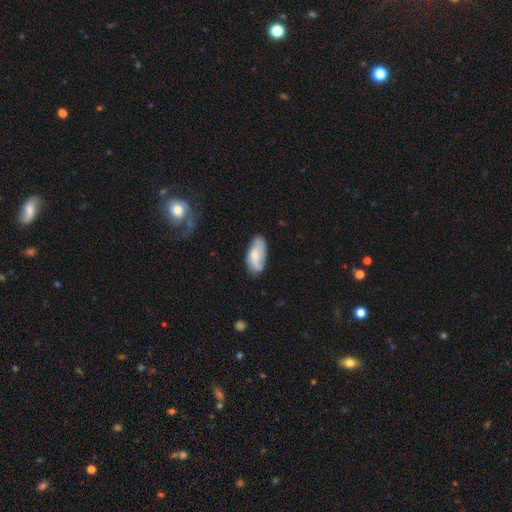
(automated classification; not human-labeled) Morphology: type=smooth (65%); roundness=in between (90%); merging=none (65%).